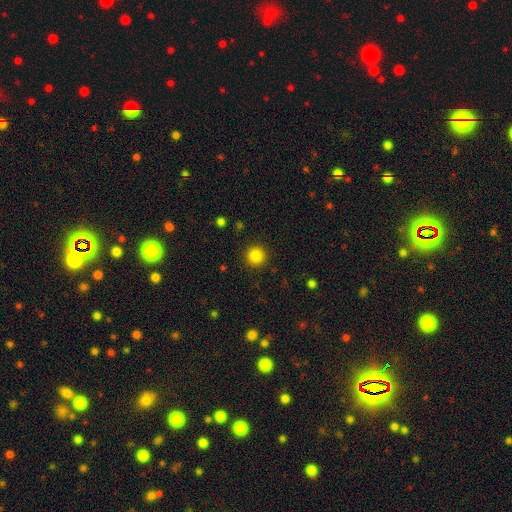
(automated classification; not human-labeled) A smooth galaxy with no disk features (84%) that is round (95%).

Vote fractions:
- Smooth or featured? smooth: 84% / star or artifact: 12% / featured or disk: 4%
- How rounded? round: 95% / in between: 4% / cigar-shaped: 1%
- Merging? none: 92% / minor disturbance: 5% / major disturbance: 2% / merger: 1%